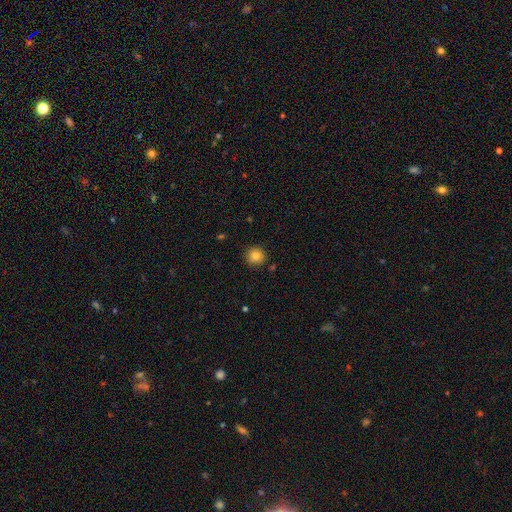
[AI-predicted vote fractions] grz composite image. It shows a smooth galaxy with no disk features (83%) that is round (94%). Merging: none (90%).